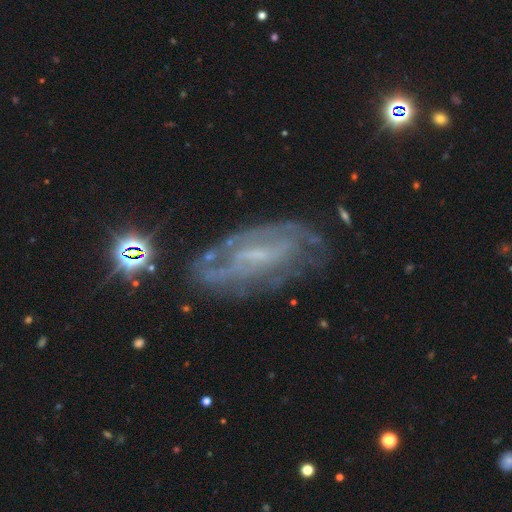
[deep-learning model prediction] This appears to be a featured or disk galaxy (77%) with a weak bar (45%), tight (51%) spiral arms (78%) and a small central bulge (58%). Merging: none (69%).